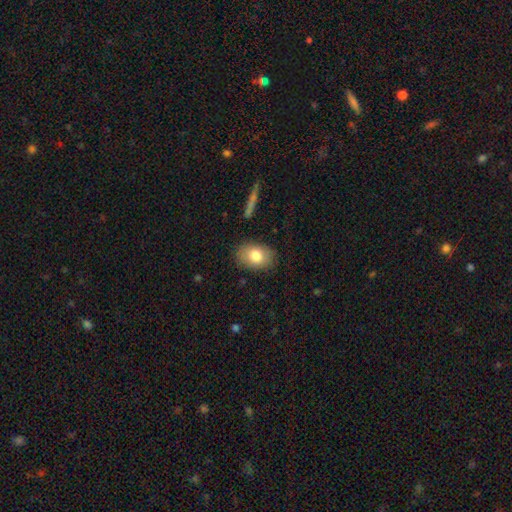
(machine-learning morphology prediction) This appears to be a smooth galaxy with no disk features (79%) that is in between round and cigar-shaped (79%). Merging: none (84%).